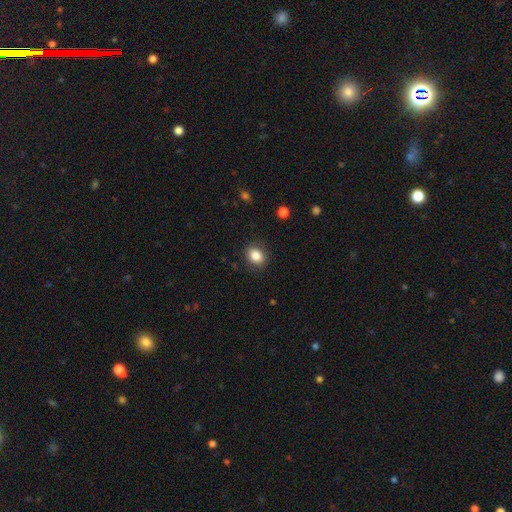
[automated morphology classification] A smooth galaxy with no disk features (85%) that is round (50%).

Vote fractions:
- Smooth or featured? smooth: 85% / star or artifact: 10% / featured or disk: 6%
- How rounded? round: 50% / in between: 49% / cigar-shaped: 1%
- Merging? none: 87% / minor disturbance: 10% / major disturbance: 3% / merger: 1%